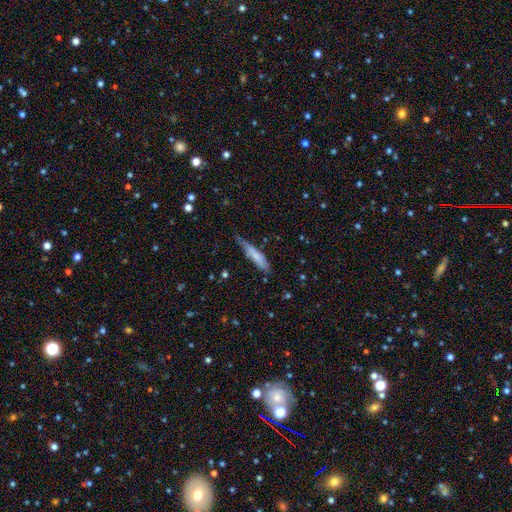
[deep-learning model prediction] Smooth or featured: smooth — 71% (featured or disk — 23%)
How rounded: cigar-shaped — 82% (in between — 16%)
Merging: none — 52% (minor disturbance — 36%)